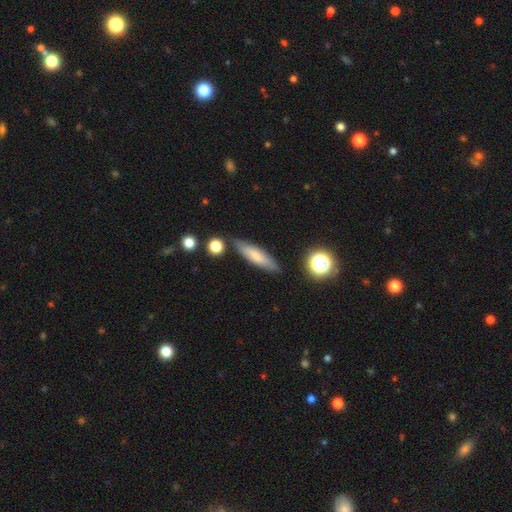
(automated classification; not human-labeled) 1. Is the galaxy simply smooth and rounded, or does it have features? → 70% smooth, 23% featured or disk, 7% star or artifact.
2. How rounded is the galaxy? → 72% cigar-shaped, 26% in between, 2% round.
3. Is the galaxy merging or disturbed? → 84% none, 11% minor disturbance, 3% merger, 2% major disturbance.